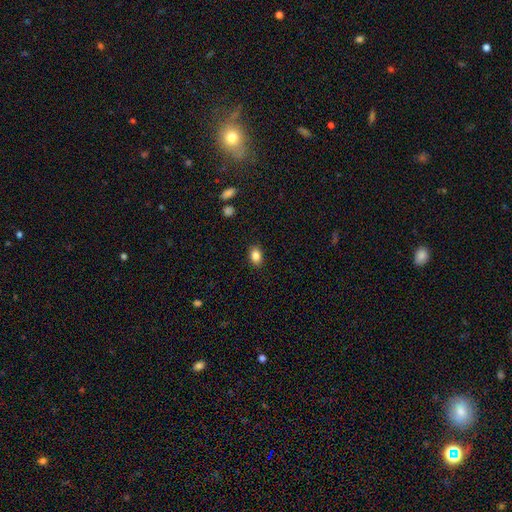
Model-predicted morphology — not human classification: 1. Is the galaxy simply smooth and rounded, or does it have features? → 86% smooth, 9% star or artifact, 5% featured or disk.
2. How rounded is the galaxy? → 80% in between, 19% round, 1% cigar-shaped.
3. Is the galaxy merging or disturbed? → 89% none, 8% minor disturbance, 2% major disturbance, 1% merger.